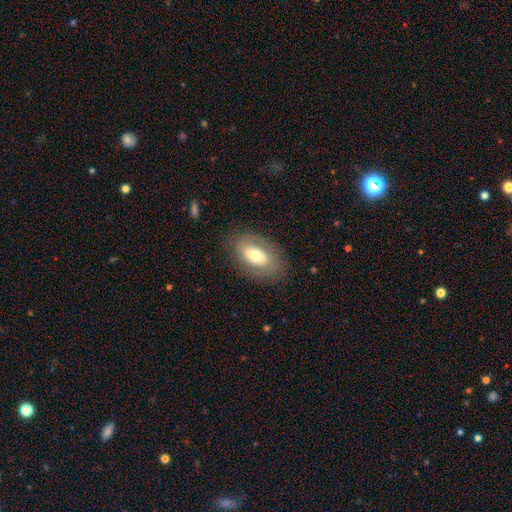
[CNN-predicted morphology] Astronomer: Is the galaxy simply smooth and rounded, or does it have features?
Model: smooth — 60%.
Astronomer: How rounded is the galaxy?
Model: in between — 90%.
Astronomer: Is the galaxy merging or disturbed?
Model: none — 82%.